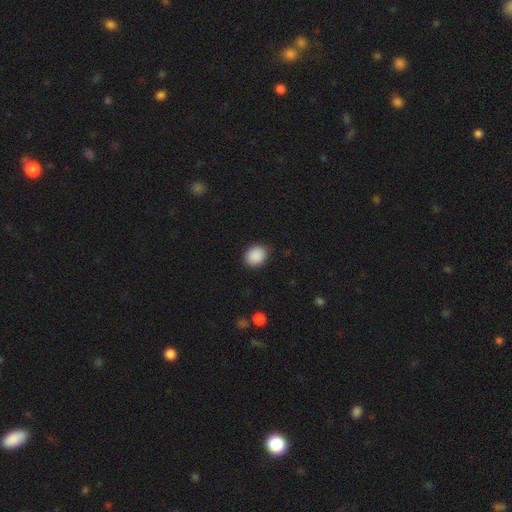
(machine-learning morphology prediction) The model was most divided on "how rounded": round: 57%, in between: 43%, cigar-shaped: 1%. More confident: smooth or featured — smooth (90%); merging — none (88%).